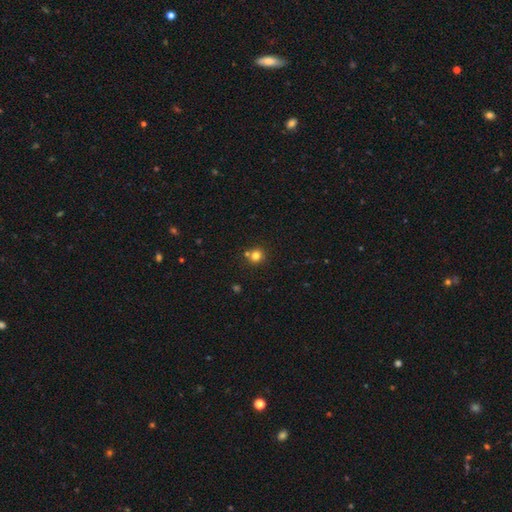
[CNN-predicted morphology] Overall: smooth (79%). How rounded: round (90%). Merging: none (70%).